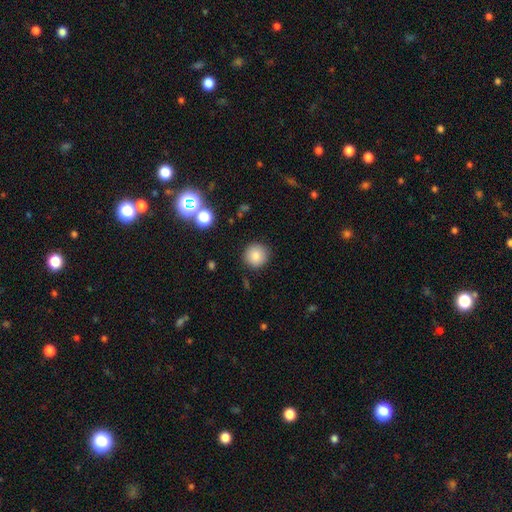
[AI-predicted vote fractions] Overall: smooth (84%). How rounded: round (94%). Merging: none (89%).